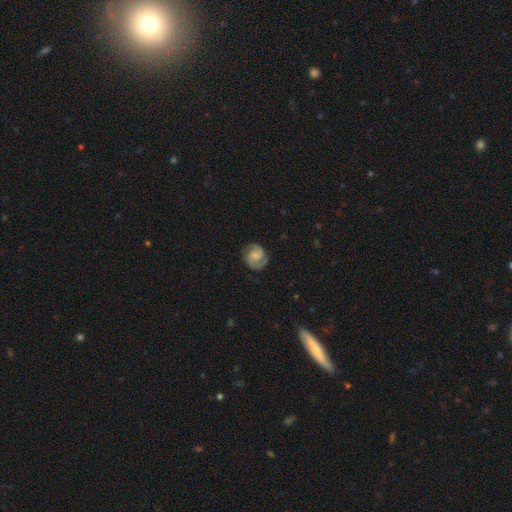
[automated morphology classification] Smooth or featured: featured or disk — 78% (smooth — 16%)
Edge-on disk: no — 98% (yes — 2%)
Bar: no — 47% (weak — 44%)
Spiral arms: yes — 96% (no — 4%)
Spiral winding: medium — 51% (tight — 35%)
Spiral arm count: 2 — 90% (can't tell — 4%)
Bulge size: small — 36% (moderate — 29%)
Merging: none — 81% (minor disturbance — 13%)